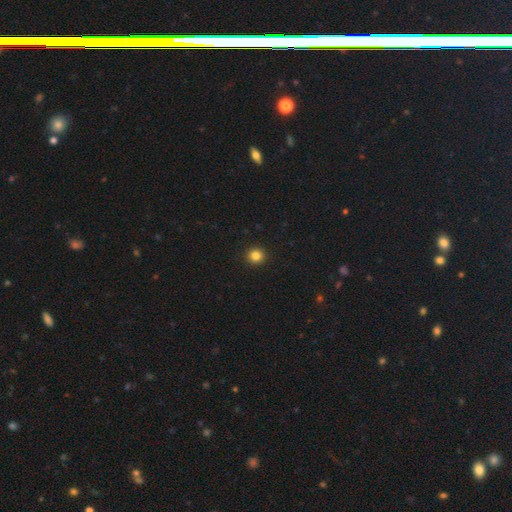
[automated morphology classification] Overall: smooth (84%). How rounded: round (93%). Merging: none (94%).